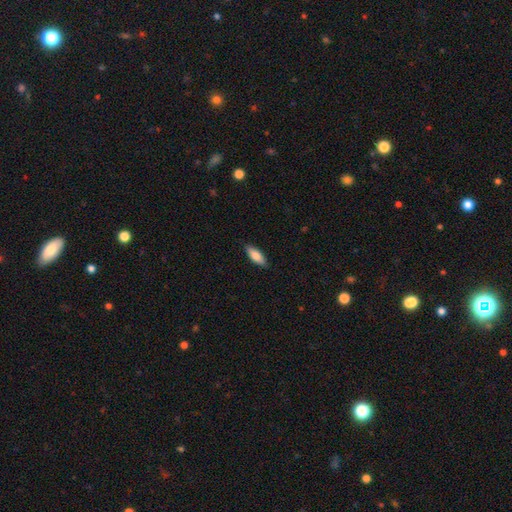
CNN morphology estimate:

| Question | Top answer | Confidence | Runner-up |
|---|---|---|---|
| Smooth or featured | smooth | 82% | featured or disk (13%) |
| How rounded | in between | 70% | cigar-shaped (28%) |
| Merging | none | 88% | minor disturbance (10%) |